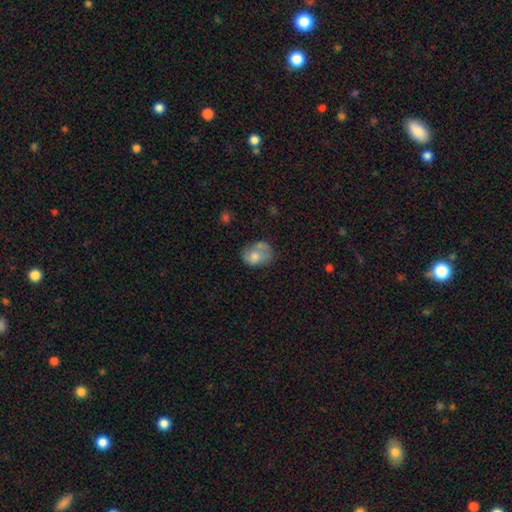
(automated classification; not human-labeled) A smooth galaxy with no disk features (64%) that is in between round and cigar-shaped (66%). Merging: none (37%).